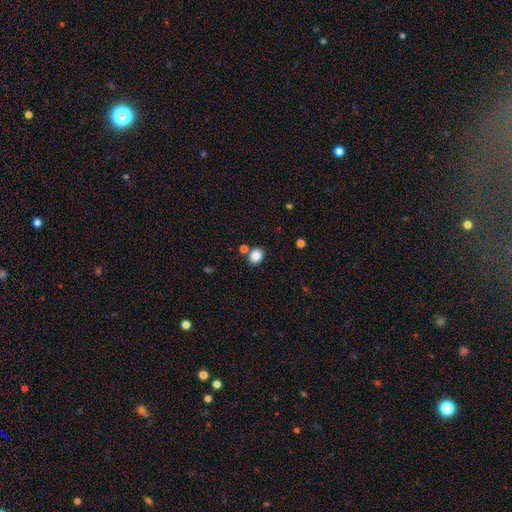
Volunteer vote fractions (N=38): Q: Smooth or featured?
A: smooth (89%); runner-up: star or artifact (8%)
Q: How rounded?
A: round (71%); runner-up: in between (29%)
Q: Merging?
A: none (86%); runner-up: merger (11%)